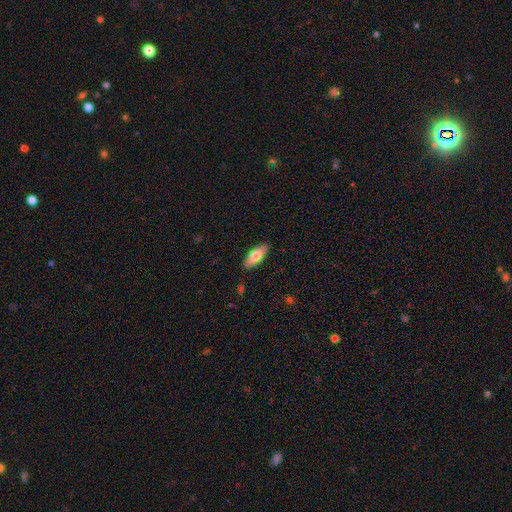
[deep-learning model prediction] This is likely a smooth galaxy (72%). How rounded: likely in between (74%). Merging: clearly none (88%).